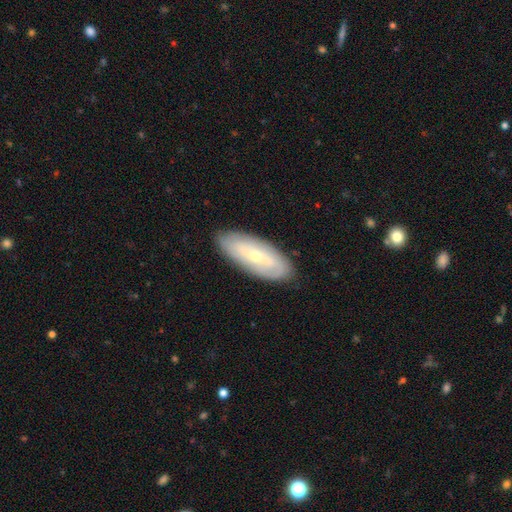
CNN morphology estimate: Overall: featured or disk (53%; smooth 40%). Edge-on disk: no (81%). Merging: none (86%).